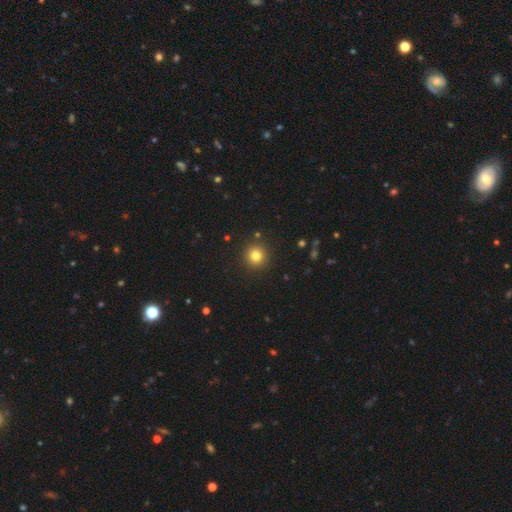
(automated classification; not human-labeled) smooth 79%, star or artifact 14%, featured or disk 7%. Down the decision tree: how rounded — round (95%); merging — none (90%).